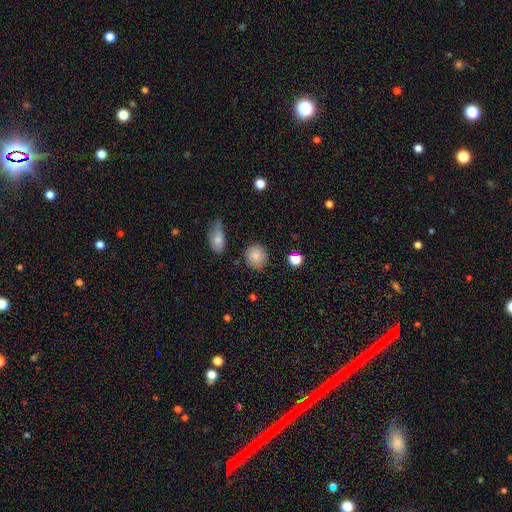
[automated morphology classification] This appears to be a smooth galaxy with no disk features (84%) that is round (86%). Merging: none (83%).